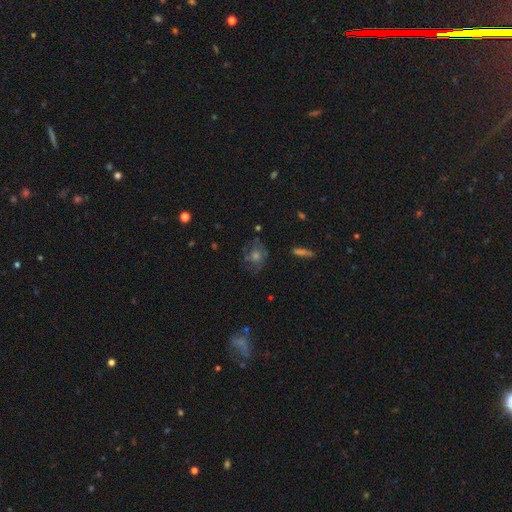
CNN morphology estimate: featured or disk 42%, smooth 35%, star or artifact 23%. Down the decision tree: merging — none (70%).